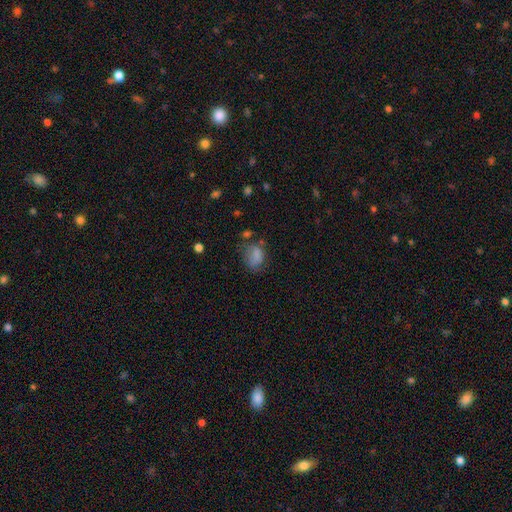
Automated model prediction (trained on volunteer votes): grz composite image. It shows a smooth galaxy with no disk features (77%) that is in between round and cigar-shaped (71%). Merging: none (47%).